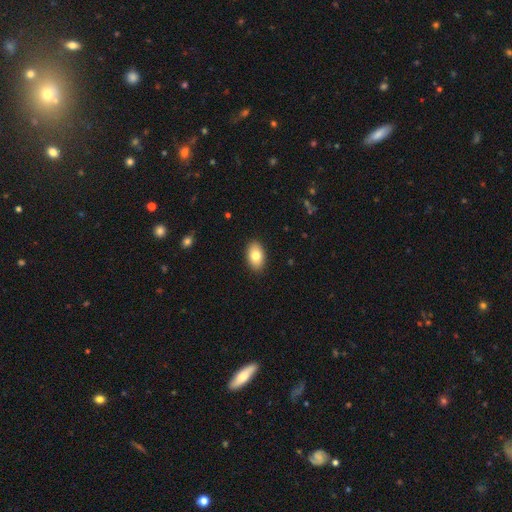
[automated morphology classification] A smooth galaxy with no disk features (80%) that is in between round and cigar-shaped (92%). Merging: none (89%).